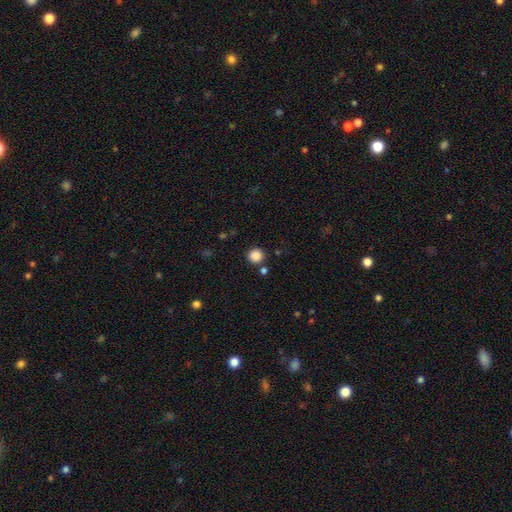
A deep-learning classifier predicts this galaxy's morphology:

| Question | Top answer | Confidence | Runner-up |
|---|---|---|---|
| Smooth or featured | smooth | 86% | star or artifact (11%) |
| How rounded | round | 92% | in between (7%) |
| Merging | none | 86% | minor disturbance (7%) |